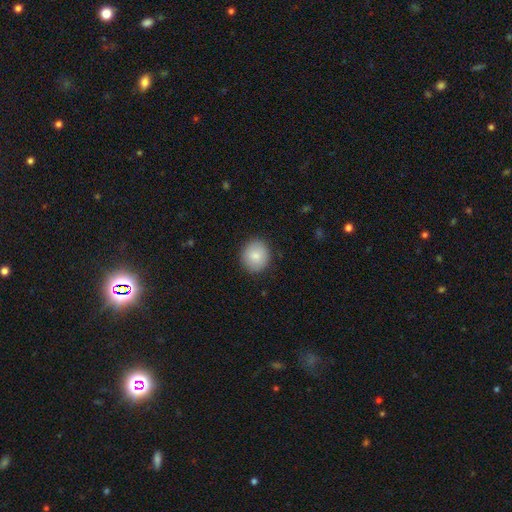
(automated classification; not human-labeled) smooth 85%, star or artifact 7%, featured or disk 7%. Down the decision tree: how rounded — round (81%); merging — none (89%).